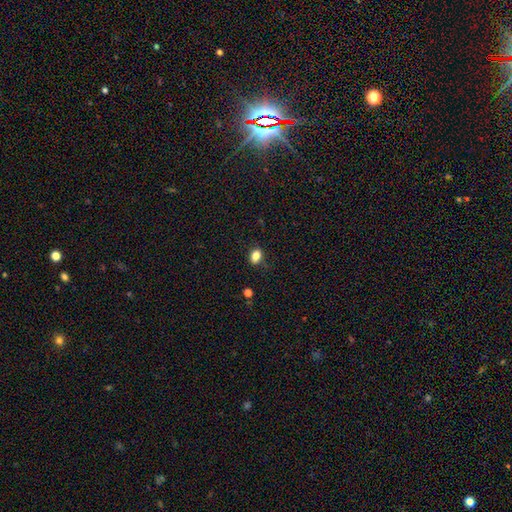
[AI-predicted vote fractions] The model was most divided on "how rounded": in between: 72%, round: 27%, cigar-shaped: 1%. More confident: smooth or featured — smooth (83%); merging — none (82%).